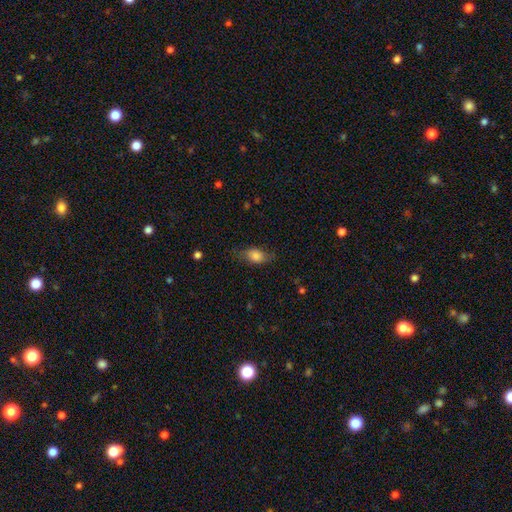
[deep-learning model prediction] Overall: smooth (78%). How rounded: in between (82%). Merging: none (69%).